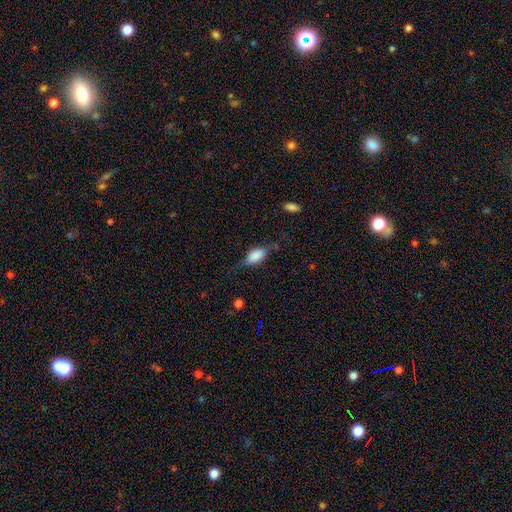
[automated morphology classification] smooth_or_featured: smooth (p=0.66) [alt: featured or disk p=0.26]
how_rounded: in between (p=0.80) [alt: cigar-shaped p=0.16]
merging: none (p=0.57) [alt: minor disturbance p=0.27]